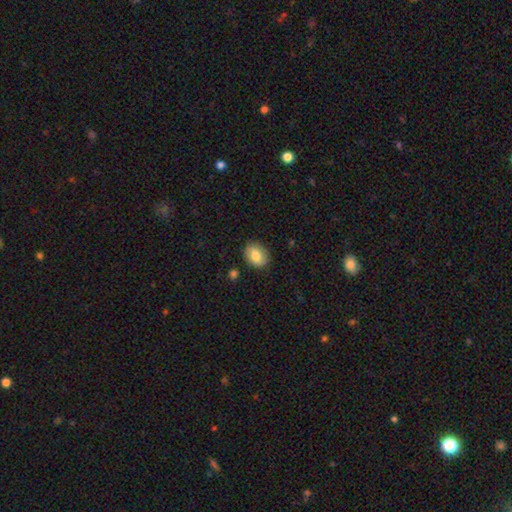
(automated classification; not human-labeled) smooth-or-featured: smooth: 79% | featured or disk: 13% | star or artifact: 8%
  how-rounded: in between: 63% | round: 36% | cigar-shaped: 1%
  merging: none: 84% | minor disturbance: 12% | major disturbance: 2% | merger: 2%